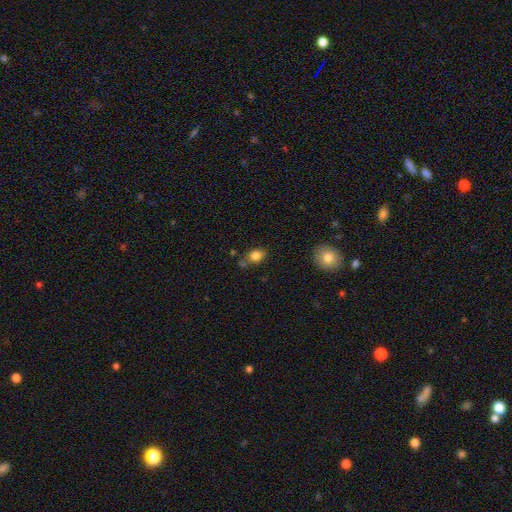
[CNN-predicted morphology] Smooth or featured? Predicted: smooth (p=0.83). How rounded? Predicted: in between (p=0.60). Merging? Predicted: none (p=0.65).